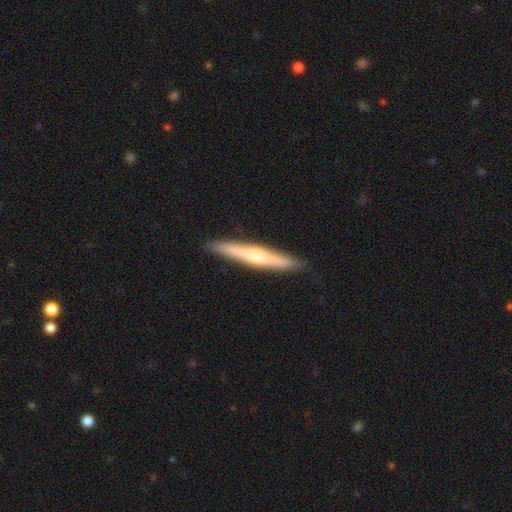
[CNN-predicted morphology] Overall: featured or disk (49%; smooth 45%). Merging: none (90%).